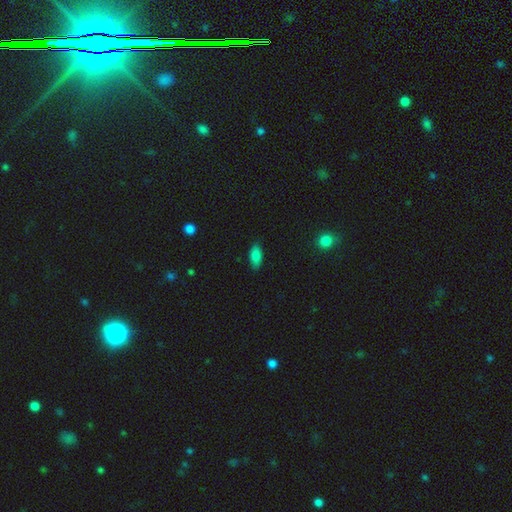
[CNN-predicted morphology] smooth_or_featured: smooth (p=0.84) [alt: star or artifact p=0.08]
how_rounded: in between (p=0.89) [alt: cigar-shaped p=0.08]
merging: none (p=0.83) [alt: minor disturbance p=0.13]